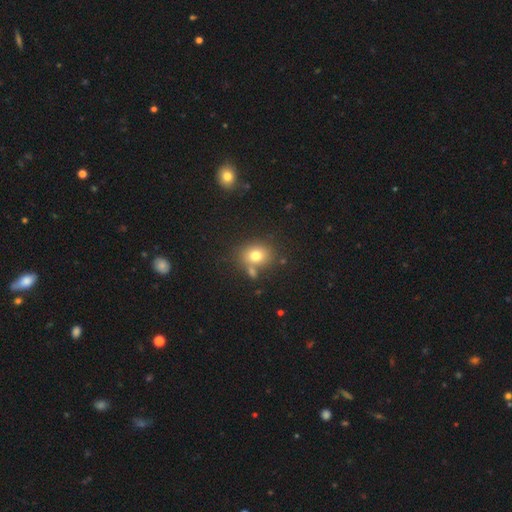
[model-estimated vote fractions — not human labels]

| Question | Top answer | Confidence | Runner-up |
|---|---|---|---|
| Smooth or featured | smooth | 75% | star or artifact (13%) |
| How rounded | round | 60% | in between (40%) |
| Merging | none | 66% | merger (16%) |